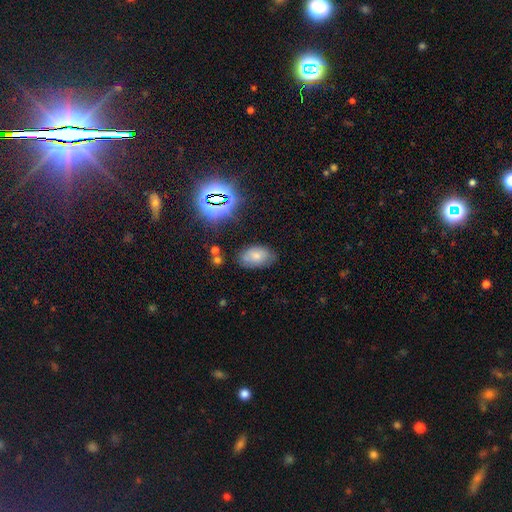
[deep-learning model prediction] Smooth or featured? smooth (67%)
How rounded? in between (90%)
Merging? none (72%)